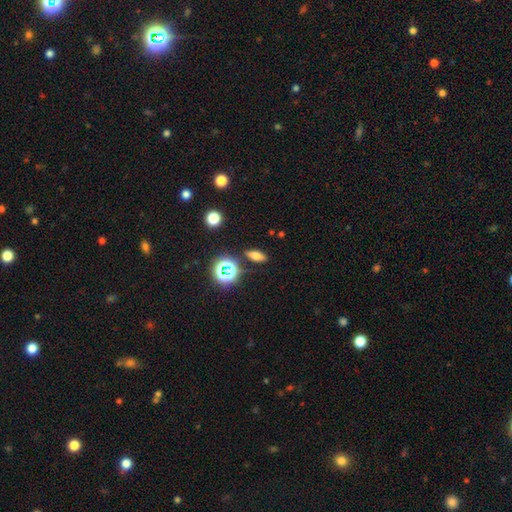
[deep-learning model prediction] A smooth galaxy with no disk features (63%) that is in between round and cigar-shaped (68%). Merging: none (85%).